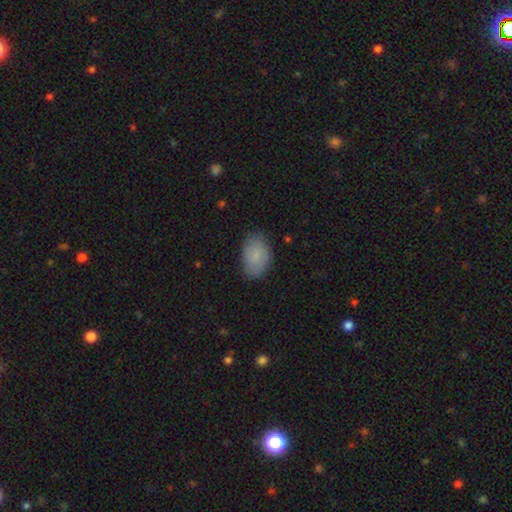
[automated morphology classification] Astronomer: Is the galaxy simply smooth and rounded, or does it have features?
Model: smooth — 84%.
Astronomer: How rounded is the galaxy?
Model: in between — 88%.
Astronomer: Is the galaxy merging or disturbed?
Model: none — 77%.